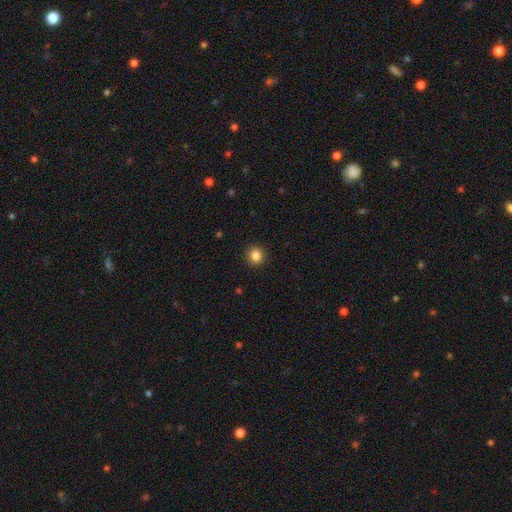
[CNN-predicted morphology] smooth-or-featured: smooth: 85% | star or artifact: 11% | featured or disk: 4%
  how-rounded: round: 93% | in between: 6% | cigar-shaped: 1%
  merging: none: 92% | minor disturbance: 5% | major disturbance: 2% | merger: 1%